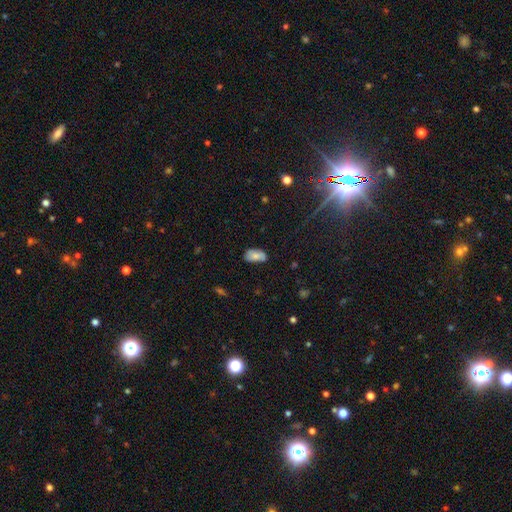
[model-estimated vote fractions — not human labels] A smooth galaxy with no disk features (73%) that is in between round and cigar-shaped (93%).

Vote fractions:
- Smooth or featured? smooth: 73% / featured or disk: 17% / star or artifact: 9%
- How rounded? in between: 93% / round: 3% / cigar-shaped: 3%
- Merging? none: 64% / minor disturbance: 28% / major disturbance: 5% / merger: 3%